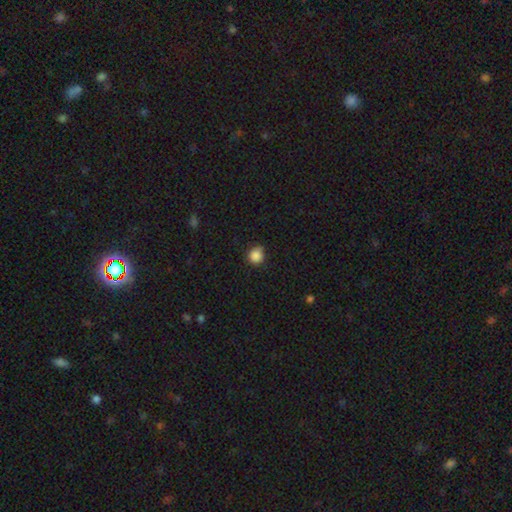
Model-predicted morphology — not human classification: Smooth or featured? smooth (86%)
How rounded? round (84%)
Merging? none (80%)